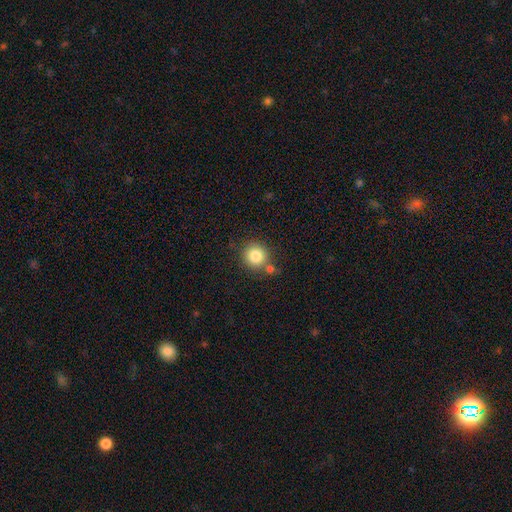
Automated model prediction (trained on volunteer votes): Smooth or featured: smooth — 83% (star or artifact — 10%)
How rounded: round — 92% (in between — 7%)
Merging: none — 71% (merger — 16%)